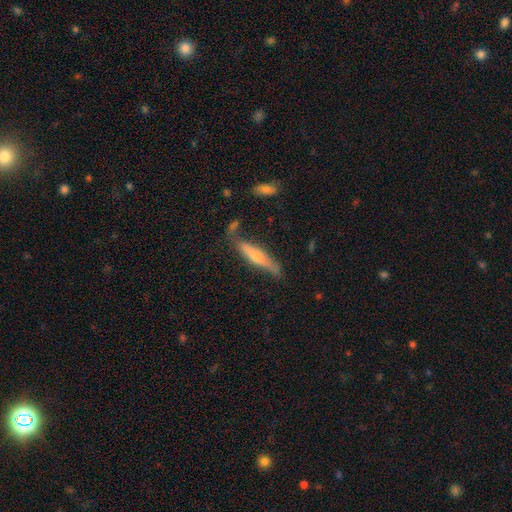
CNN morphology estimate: Overall: featured or disk (51%; smooth 43%). Edge-on disk: yes (88%). Merging: none (71%).